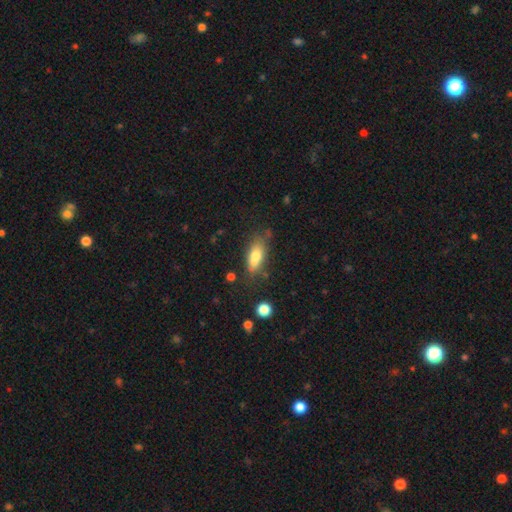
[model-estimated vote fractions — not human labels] Smooth or featured? Predicted: smooth (p=0.73). How rounded? Predicted: in between (p=0.79). Merging? Predicted: none (p=0.60).